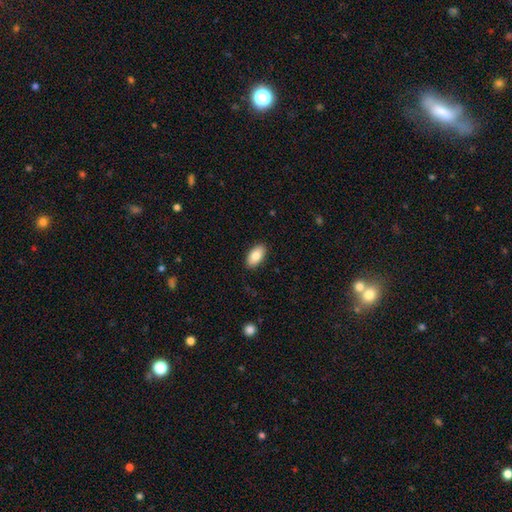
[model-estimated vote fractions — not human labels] Smooth or featured?
  - smooth: 84% *
  - featured or disk: 10%
  - star or artifact: 7%
How rounded?
  - in between: 94% *
  - cigar-shaped: 3%
  - round: 3%
Merging?
  - none: 89% *
  - minor disturbance: 8%
  - major disturbance: 2%
  - merger: 1%